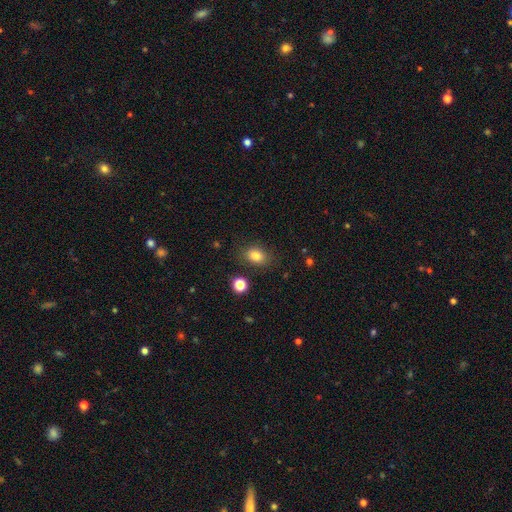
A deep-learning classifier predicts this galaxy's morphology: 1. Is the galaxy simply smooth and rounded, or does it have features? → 82% smooth, 11% star or artifact, 7% featured or disk.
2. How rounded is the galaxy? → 69% in between, 30% round, 1% cigar-shaped.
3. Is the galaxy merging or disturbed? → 81% none, 12% minor disturbance, 4% major disturbance, 3% merger.